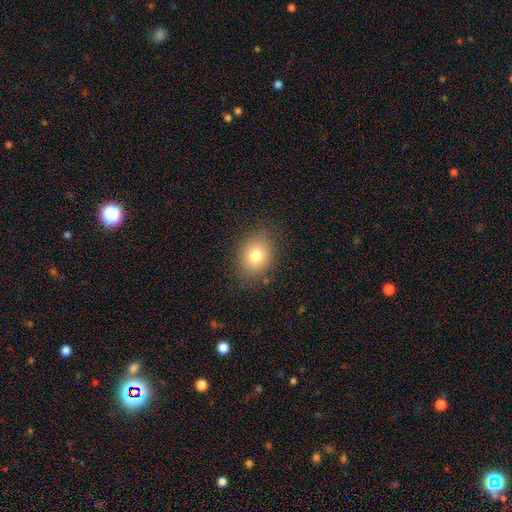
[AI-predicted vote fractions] Smooth or featured?
  - smooth: 78% *
  - star or artifact: 11%
  - featured or disk: 11%
How rounded?
  - in between: 51% *
  - round: 48%
  - cigar-shaped: 1%
Merging?
  - none: 81% *
  - minor disturbance: 13%
  - major disturbance: 4%
  - merger: 1%